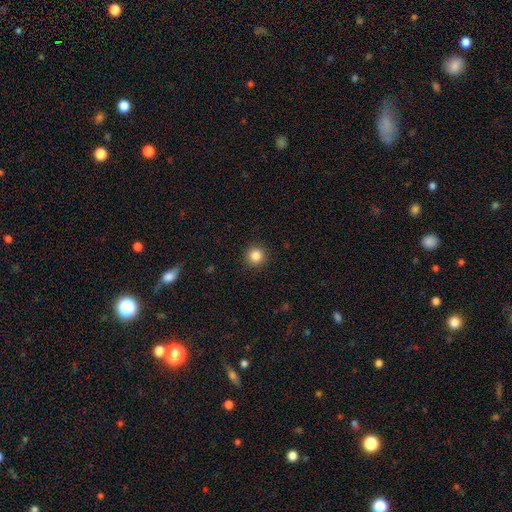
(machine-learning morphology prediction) Smooth or featured? smooth (85%)
How rounded? round (95%)
Merging? none (92%)